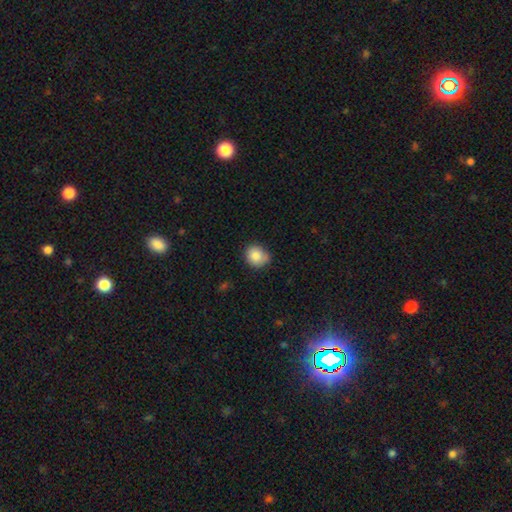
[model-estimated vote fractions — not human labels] A smooth galaxy with no disk features (85%) that is round (74%). Merging: none (66%).